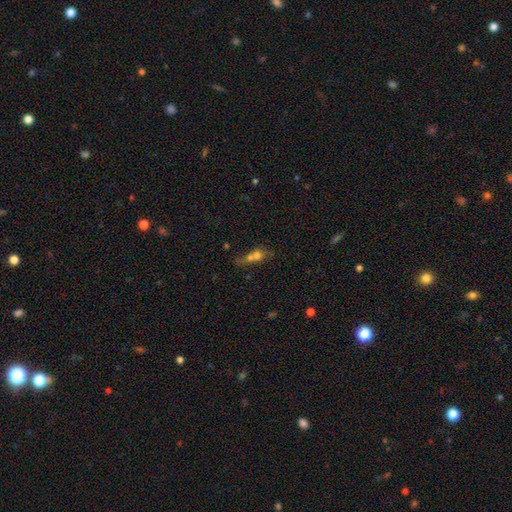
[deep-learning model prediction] A smooth galaxy with no disk features (59%) that is round (57%). Merging: merger (64%).